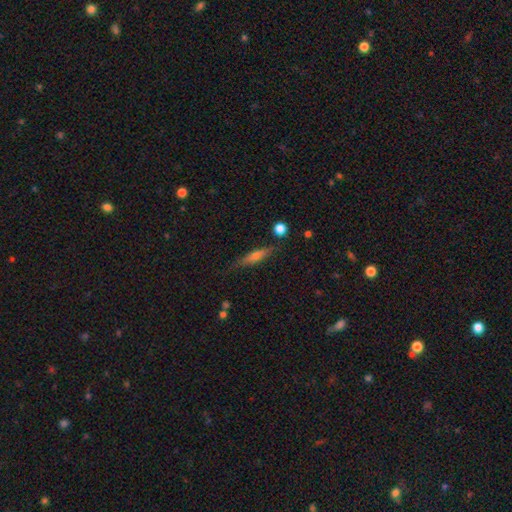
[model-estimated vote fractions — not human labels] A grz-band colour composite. It shows a featured or disk galaxy (50%) viewed edge-on (93%). Merging: none (82%).